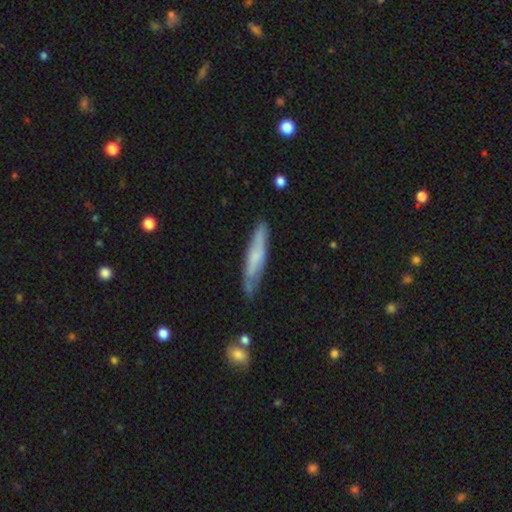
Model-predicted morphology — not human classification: Smooth or featured: smooth — 55% (featured or disk — 39%)
How rounded: cigar-shaped — 89% (in between — 10%)
Merging: none — 77% (minor disturbance — 17%)